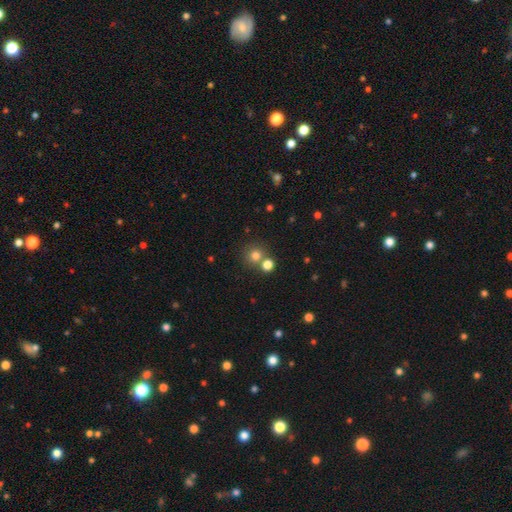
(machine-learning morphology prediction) smooth_or_featured: smooth (p=0.77) [alt: star or artifact p=0.16]
how_rounded: round (p=0.89) [alt: in between p=0.10]
merging: none (p=0.63) [alt: merger p=0.28]